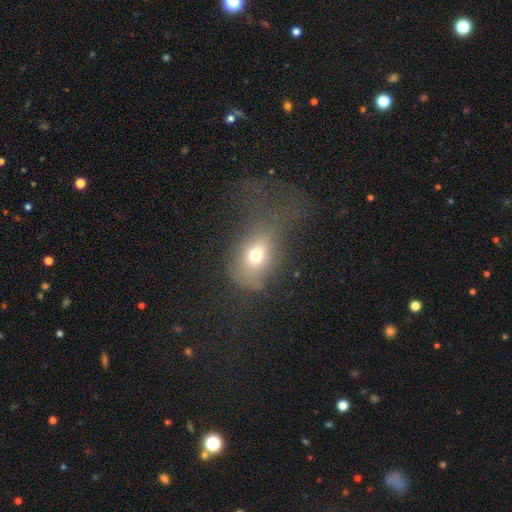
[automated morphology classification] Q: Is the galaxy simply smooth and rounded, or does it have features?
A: smooth — 67%.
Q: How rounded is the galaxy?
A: in between — 60%.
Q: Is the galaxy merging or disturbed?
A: none — 39%.